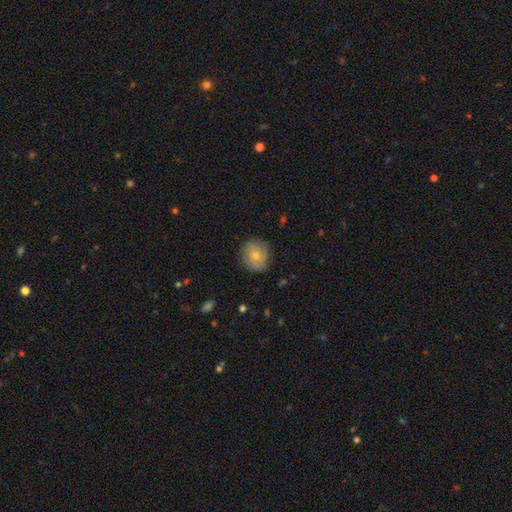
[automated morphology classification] smooth-or-featured: smooth: 60% | featured or disk: 31% | star or artifact: 10%
  how-rounded: round: 74% | in between: 25% | cigar-shaped: 1%
  merging: none: 79% | minor disturbance: 16% | major disturbance: 4% | merger: 1%